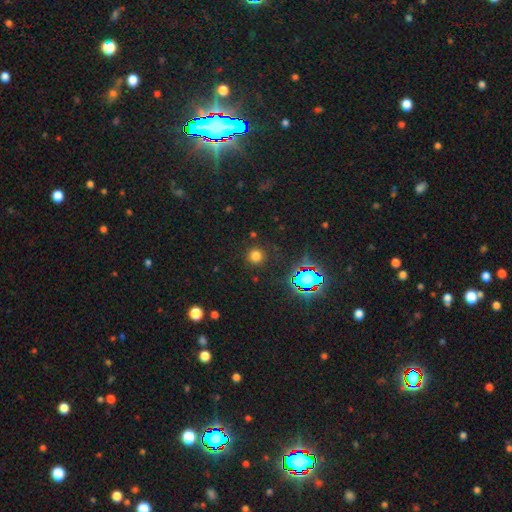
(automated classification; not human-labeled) Morphology: type=smooth (71%); roundness=round (94%); merging=none (88%).